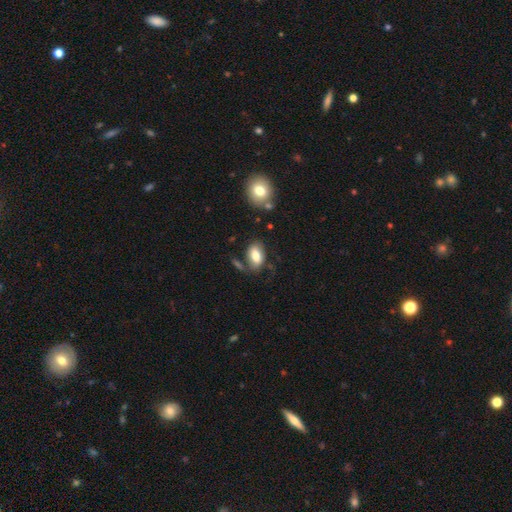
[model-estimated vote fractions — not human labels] Q: Smooth or featured?
A: smooth (79%); runner-up: featured or disk (14%)
Q: How rounded?
A: in between (91%); runner-up: round (7%)
Q: Merging?
A: none (66%); runner-up: minor disturbance (18%)